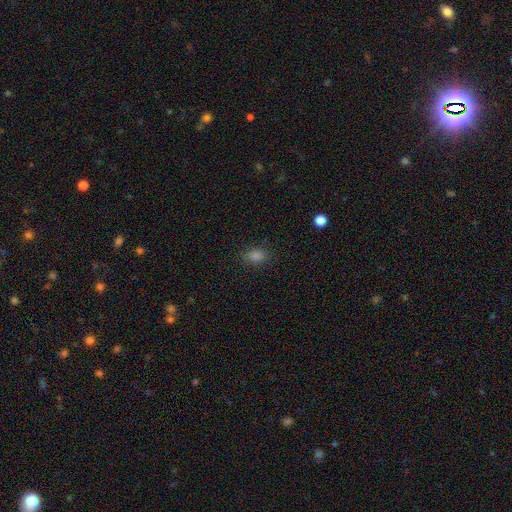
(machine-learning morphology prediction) The model was most divided on "how rounded": in between: 69%, round: 29%, cigar-shaped: 2%. More confident: merging — none (87%); smooth or featured — smooth (79%).